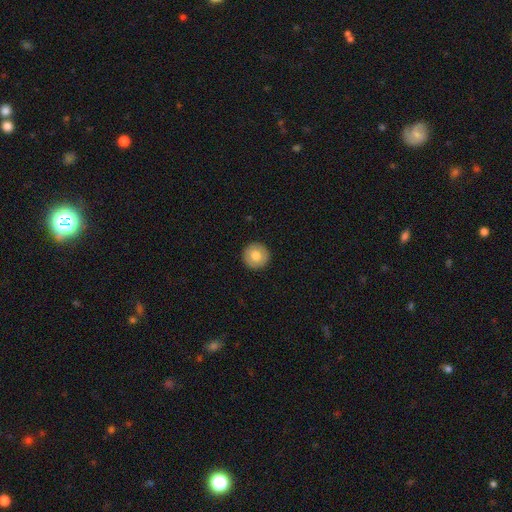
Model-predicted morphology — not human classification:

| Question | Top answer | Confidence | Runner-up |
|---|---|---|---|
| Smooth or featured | smooth | 75% | featured or disk (18%) |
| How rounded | round | 96% | in between (3%) |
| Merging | none | 93% | minor disturbance (5%) |